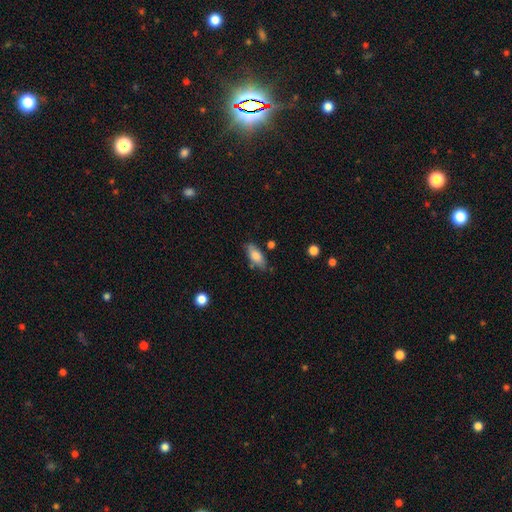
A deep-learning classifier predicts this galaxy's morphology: A smooth galaxy with no disk features (76%) that is in between round and cigar-shaped (80%). Merging: none (75%).